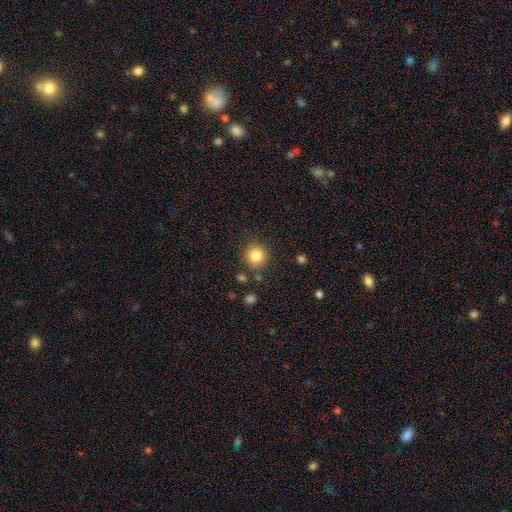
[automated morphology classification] A smooth galaxy with no disk features (84%) that is round (92%). Merging: none (84%).